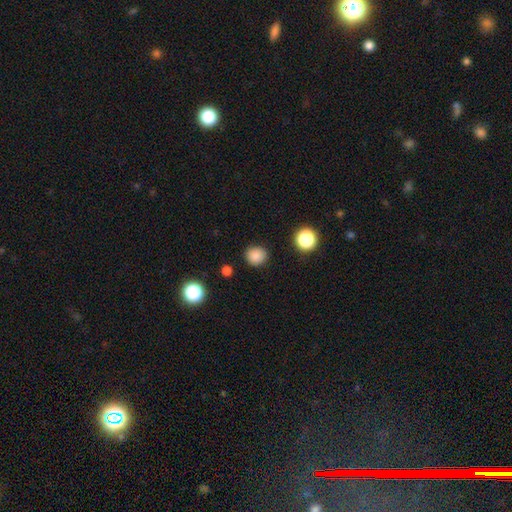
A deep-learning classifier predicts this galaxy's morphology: This is clearly a smooth galaxy (84%). How rounded: clearly round (88%). Merging: clearly none (89%).